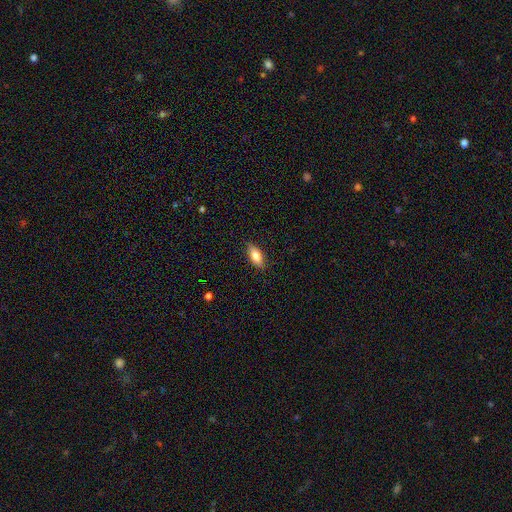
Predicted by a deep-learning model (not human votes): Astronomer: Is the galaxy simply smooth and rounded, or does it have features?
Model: smooth — 78%.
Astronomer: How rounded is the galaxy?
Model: in between — 80%.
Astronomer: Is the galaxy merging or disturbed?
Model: none — 86%.